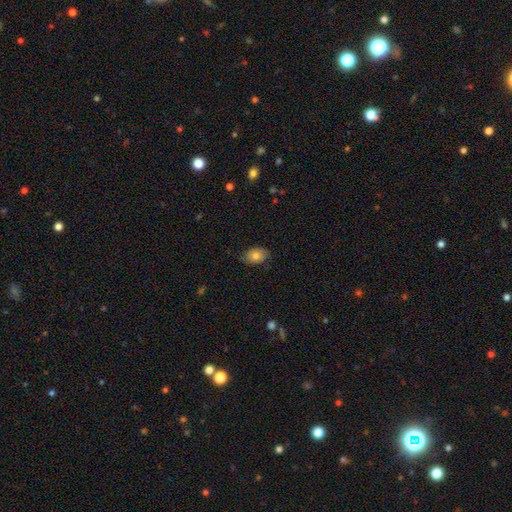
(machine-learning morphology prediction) Q: Smooth or featured?
A: smooth (66%); runner-up: featured or disk (25%)
Q: How rounded?
A: in between (76%); runner-up: round (22%)
Q: Merging?
A: none (72%); runner-up: minor disturbance (22%)